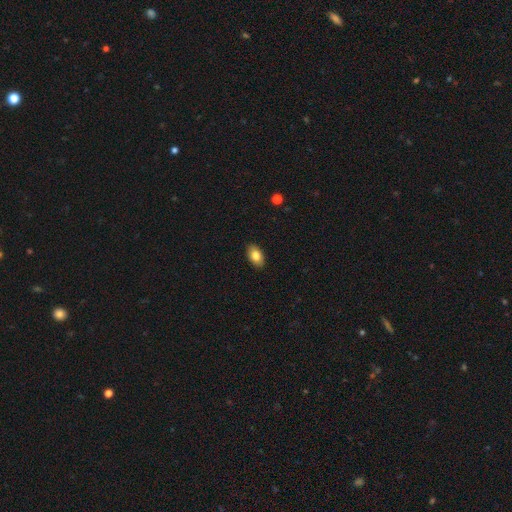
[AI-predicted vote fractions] smooth 82%, featured or disk 11%, star or artifact 7%. Down the decision tree: how rounded — in between (91%); merging — none (89%).